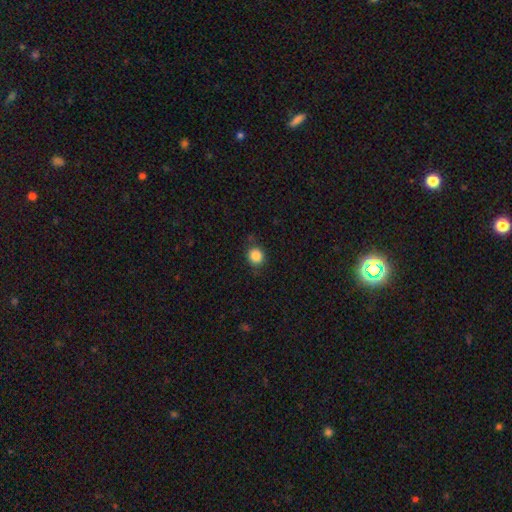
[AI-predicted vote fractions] Q: Smooth or featured?
A: smooth (85%); runner-up: star or artifact (10%)
Q: How rounded?
A: round (84%); runner-up: in between (15%)
Q: Merging?
A: none (81%); runner-up: minor disturbance (14%)